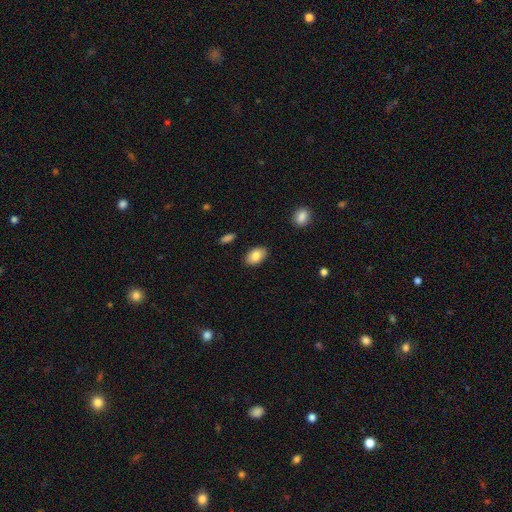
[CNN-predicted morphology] The model was most divided on "smooth or featured": smooth: 84%, featured or disk: 9%, star or artifact: 7%. More confident: how rounded — in between (92%); merging — none (87%).